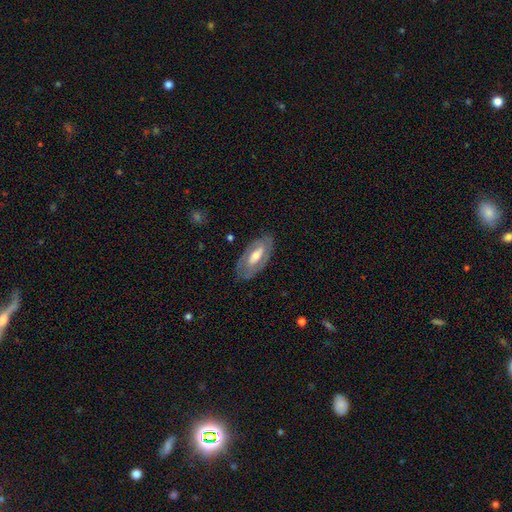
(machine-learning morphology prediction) Smooth or featured: featured or disk — 64% (smooth — 30%)
Edge-on disk: no — 87% (yes — 13%)
Bar: weak — 38% (no — 35%)
Spiral arms: yes — 54% (no — 46%)
Bulge size: moderate — 60% (small — 24%)
Merging: none — 81% (minor disturbance — 14%)